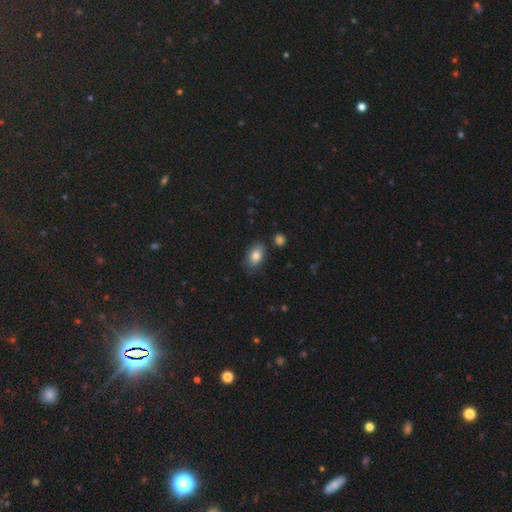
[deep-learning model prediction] This is clearly a smooth galaxy (83%). How rounded: clearly in between (88%). Merging: likely none (80%).